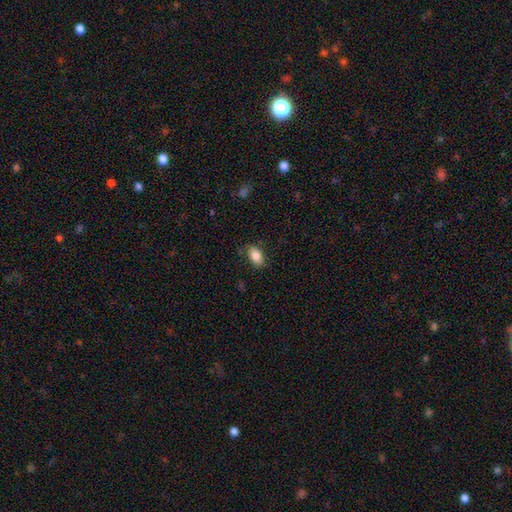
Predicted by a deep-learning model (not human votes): Smooth or featured?
  - smooth: 84% *
  - featured or disk: 8%
  - star or artifact: 7%
How rounded?
  - in between: 91% *
  - round: 7%
  - cigar-shaped: 2%
Merging?
  - none: 81% *
  - minor disturbance: 15%
  - major disturbance: 3%
  - merger: 1%